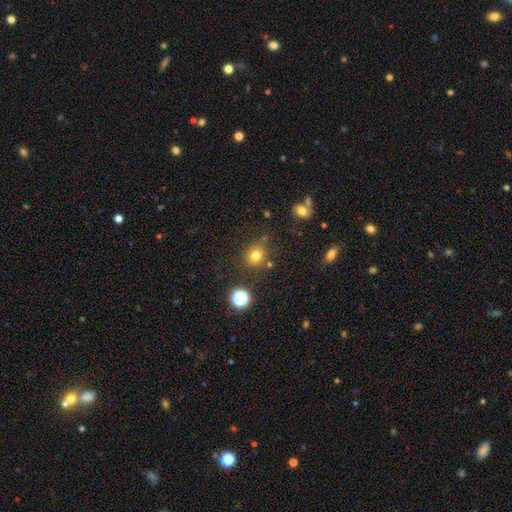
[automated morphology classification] Smooth or featured? smooth (76%)
How rounded? round (85%)
Merging? none (79%)